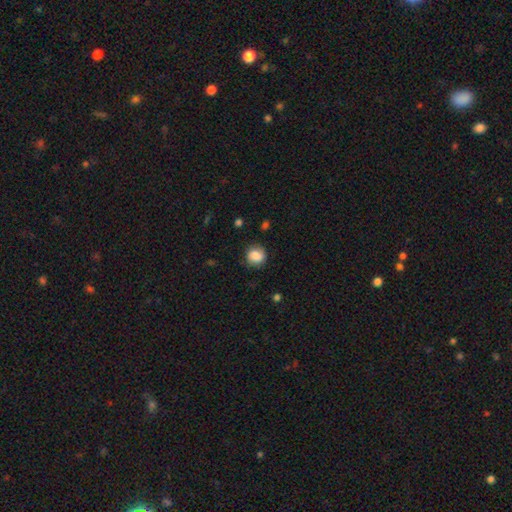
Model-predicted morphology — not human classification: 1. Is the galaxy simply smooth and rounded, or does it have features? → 86% smooth, 8% star or artifact, 6% featured or disk.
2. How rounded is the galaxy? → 80% round, 19% in between, 1% cigar-shaped.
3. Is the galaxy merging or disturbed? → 80% none, 15% minor disturbance, 4% major disturbance, 1% merger.